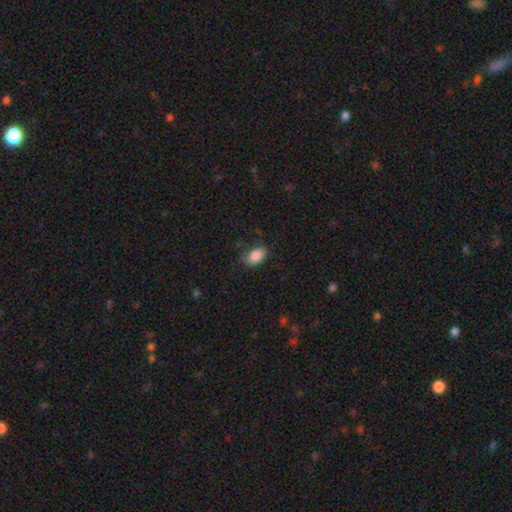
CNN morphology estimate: Smooth or featured? Predicted: smooth (p=0.88). How rounded? Predicted: in between (p=0.91). Merging? Predicted: none (p=0.80).